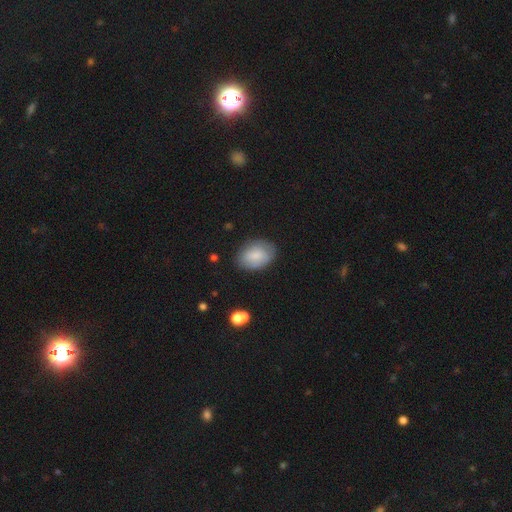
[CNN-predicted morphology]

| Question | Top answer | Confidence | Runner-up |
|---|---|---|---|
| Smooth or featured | smooth | 78% | featured or disk (15%) |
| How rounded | in between | 84% | round (15%) |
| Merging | none | 78% | minor disturbance (16%) |